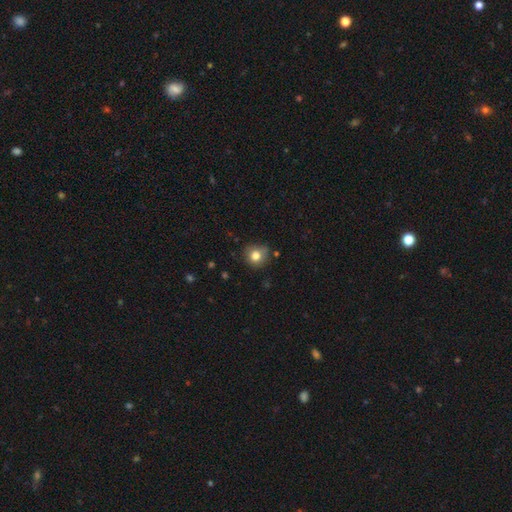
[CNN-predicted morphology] smooth_or_featured: smooth (p=0.80) [alt: star or artifact p=0.12]
how_rounded: round (p=0.89) [alt: in between p=0.10]
merging: none (p=0.79) [alt: minor disturbance p=0.15]